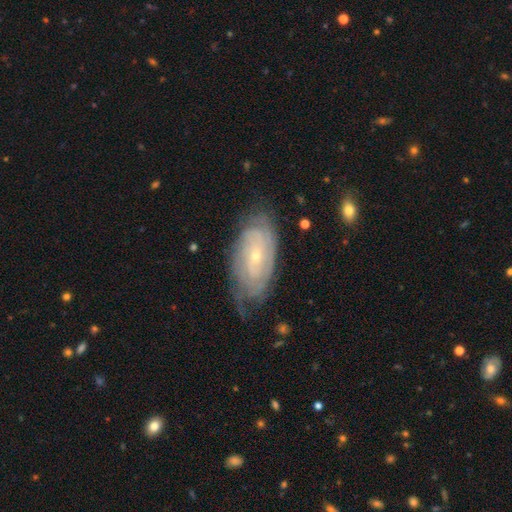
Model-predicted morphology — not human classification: Q: Smooth or featured?
A: featured or disk (81%); runner-up: smooth (13%)
Q: Edge-on disk?
A: no (94%); runner-up: yes (6%)
Q: Bar?
A: no (66%); runner-up: weak (27%)
Q: Spiral arms?
A: yes (93%); runner-up: no (7%)
Q: Spiral winding?
A: tight (76%); runner-up: medium (19%)
Q: Spiral arm count?
A: can't tell (46%); runner-up: 2 (20%)
Q: Bulge size?
A: small (74%); runner-up: moderate (24%)
Q: Merging?
A: none (68%); runner-up: minor disturbance (23%)